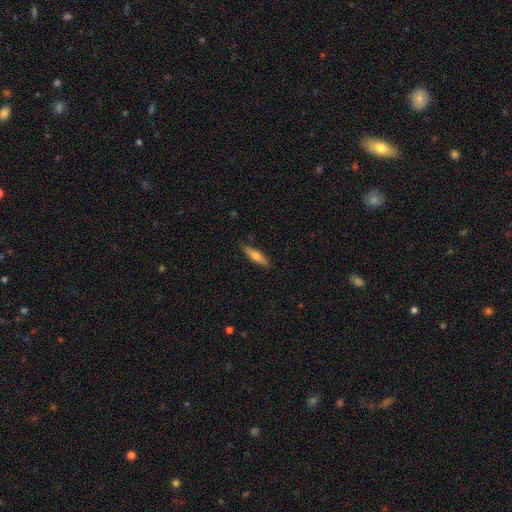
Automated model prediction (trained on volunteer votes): Smooth or featured? smooth (60%)
How rounded? cigar-shaped (73%)
Merging? none (88%)